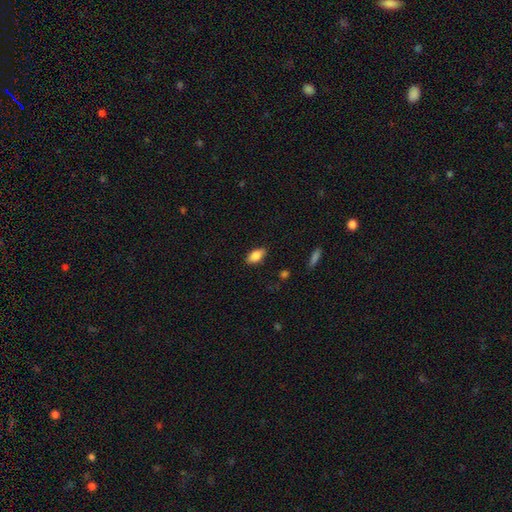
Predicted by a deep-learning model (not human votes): The model was most divided on "merging": none: 85%, minor disturbance: 12%, major disturbance: 3%, merger: 1%. More confident: how rounded — in between (91%); smooth or featured — smooth (85%).